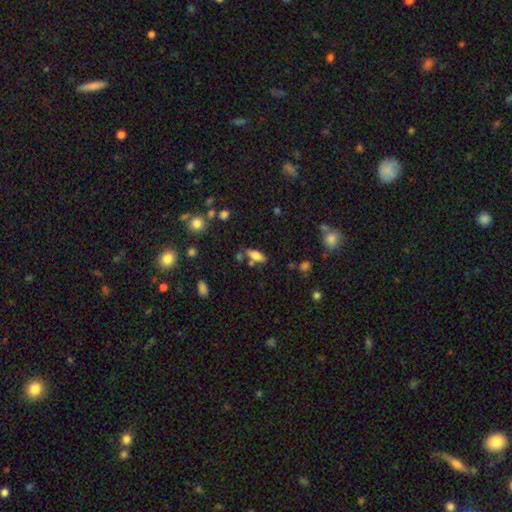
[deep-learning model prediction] Smooth or featured: smooth — 78% (featured or disk — 13%)
How rounded: in between — 81% (cigar-shaped — 16%)
Merging: none — 68% (minor disturbance — 16%)